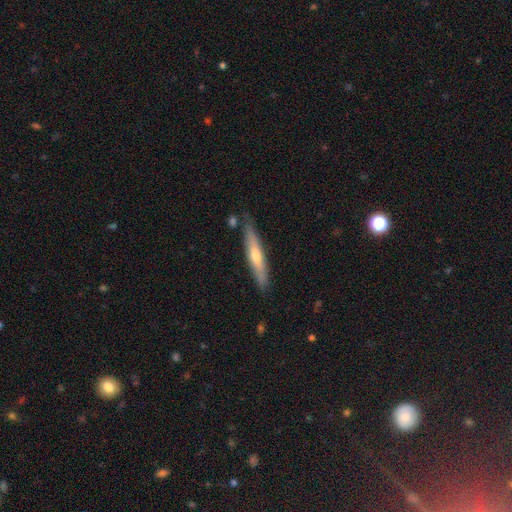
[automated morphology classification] The model was most divided on "smooth or featured": featured or disk: 53%, smooth: 40%, star or artifact: 6%. More confident: edge-on disk — yes (90%); merging — none (83%).